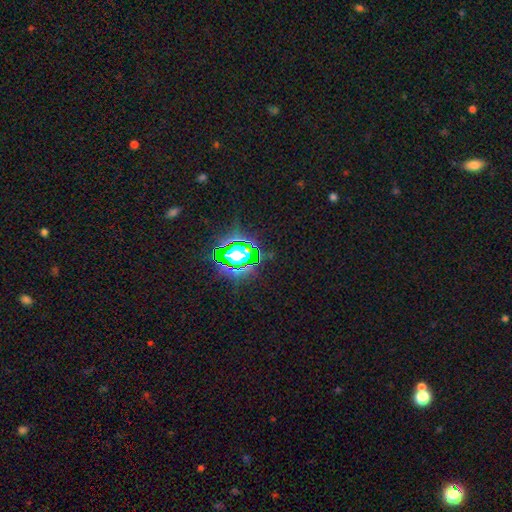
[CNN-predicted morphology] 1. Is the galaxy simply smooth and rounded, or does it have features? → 76% star or artifact, 14% smooth, 10% featured or disk.